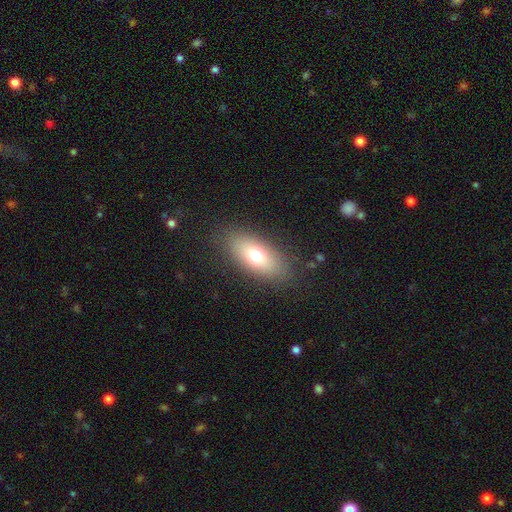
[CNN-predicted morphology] Overall: smooth (70%). How rounded: in between (84%). Merging: none (84%).